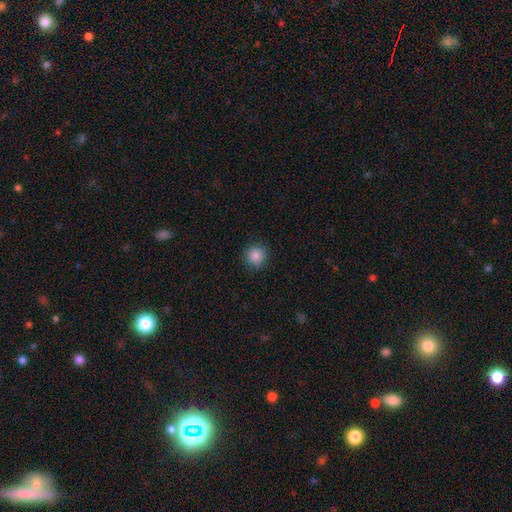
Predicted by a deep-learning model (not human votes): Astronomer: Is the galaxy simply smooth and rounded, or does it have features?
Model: smooth — 86%.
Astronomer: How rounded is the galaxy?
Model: round — 94%.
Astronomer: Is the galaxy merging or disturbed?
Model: none — 91%.